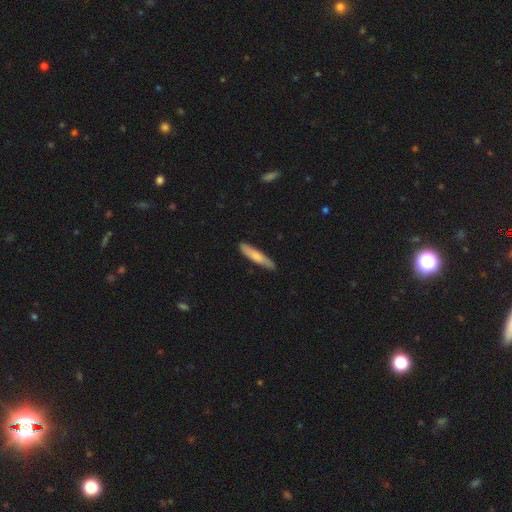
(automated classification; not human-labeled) The model was most divided on "smooth or featured": smooth: 74%, featured or disk: 21%, star or artifact: 5%. More confident: how rounded — cigar-shaped (89%); merging — none (86%).